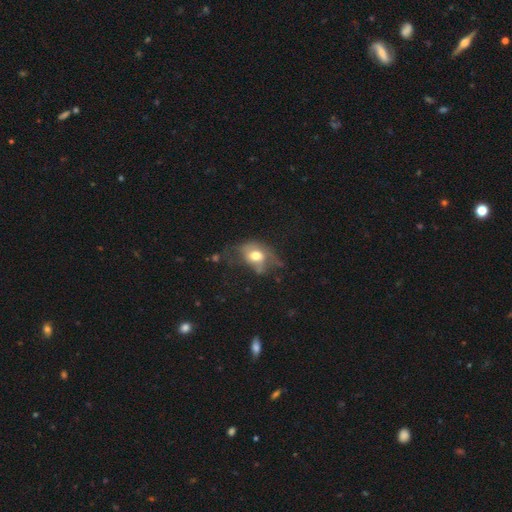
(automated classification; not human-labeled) smooth_or_featured: smooth (p=0.58) [alt: featured or disk p=0.33]
how_rounded: in between (p=0.66) [alt: round p=0.33]
merging: major disturbance (p=0.35) [alt: minor disturbance p=0.31]